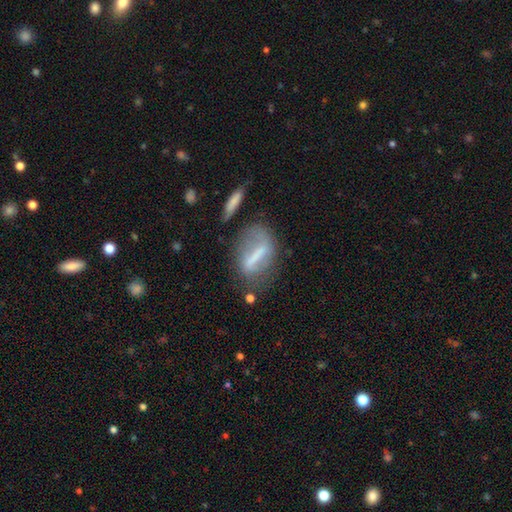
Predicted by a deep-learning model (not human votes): A featured or disk galaxy (54%). Merging: none (53%).